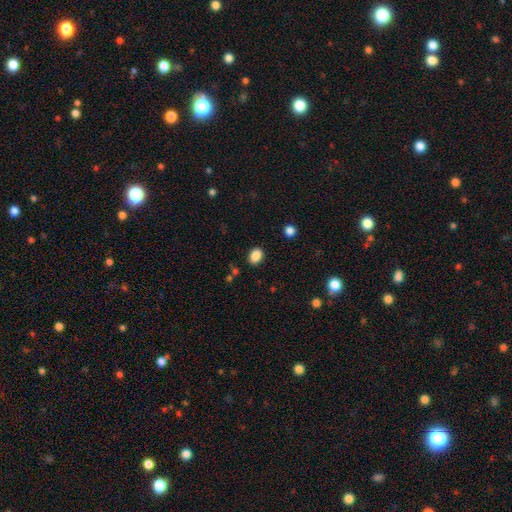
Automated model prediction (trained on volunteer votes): Q: Smooth or featured?
A: smooth (87%); runner-up: star or artifact (9%)
Q: How rounded?
A: in between (68%); runner-up: round (31%)
Q: Merging?
A: none (87%); runner-up: minor disturbance (9%)